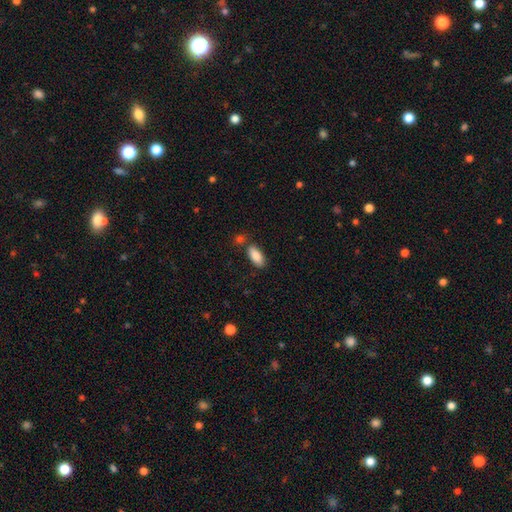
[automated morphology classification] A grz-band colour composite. It shows a smooth galaxy with no disk features (86%) that is in between round and cigar-shaped (88%). Merging: none (75%).